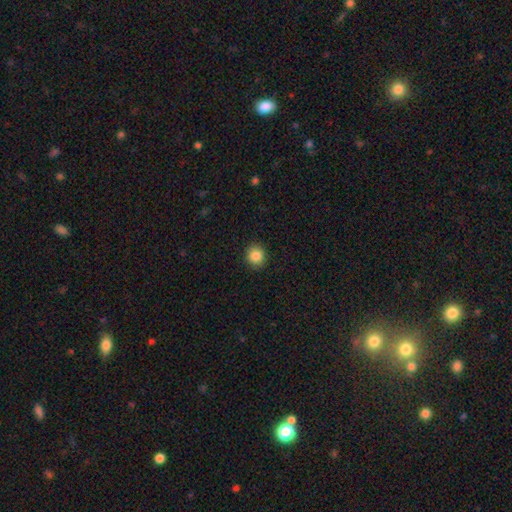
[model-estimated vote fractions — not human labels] smooth-or-featured: smooth: 86% | star or artifact: 10% | featured or disk: 4%
  how-rounded: round: 89% | in between: 10% | cigar-shaped: 1%
  merging: none: 91% | minor disturbance: 6% | major disturbance: 2% | merger: 1%